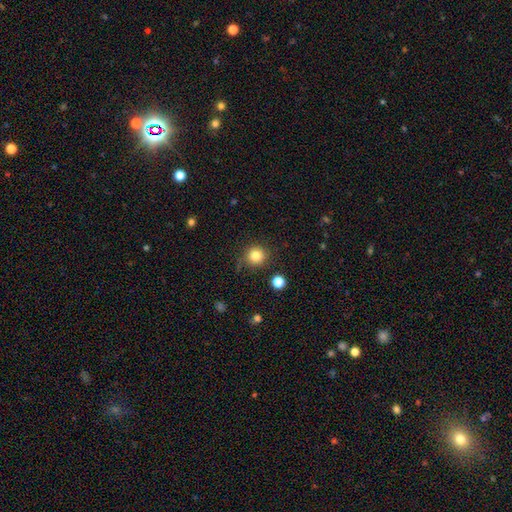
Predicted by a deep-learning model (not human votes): Smooth or featured? smooth (82%)
How rounded? round (92%)
Merging? none (82%)